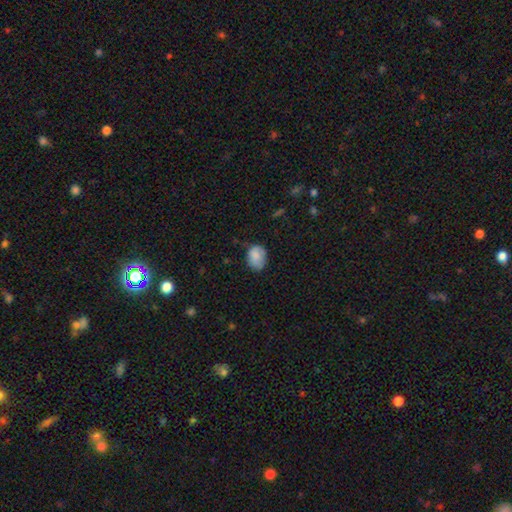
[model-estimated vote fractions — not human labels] Smooth or featured? Predicted: smooth (p=0.83). How rounded? Predicted: in between (p=0.68). Merging? Predicted: none (p=0.62).